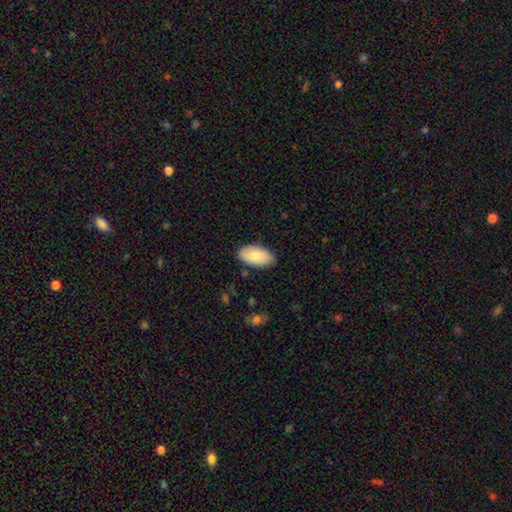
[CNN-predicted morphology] Smooth or featured?
  - smooth: 81% *
  - featured or disk: 13%
  - star or artifact: 6%
How rounded?
  - in between: 96% *
  - round: 3%
  - cigar-shaped: 2%
Merging?
  - none: 85% *
  - minor disturbance: 12%
  - major disturbance: 2%
  - merger: 1%